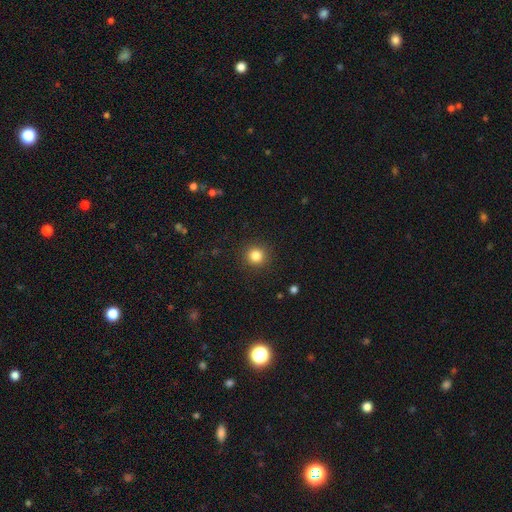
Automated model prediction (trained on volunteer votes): Smooth or featured?
  - smooth: 83% *
  - star or artifact: 12%
  - featured or disk: 5%
How rounded?
  - round: 94% *
  - in between: 5%
  - cigar-shaped: 1%
Merging?
  - none: 91% *
  - minor disturbance: 5%
  - major disturbance: 2%
  - merger: 1%